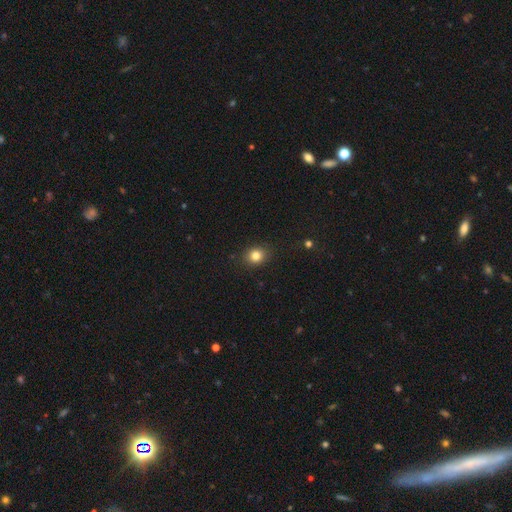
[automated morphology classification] A smooth galaxy with no disk features (82%) that is round (63%).

Vote fractions:
- Smooth or featured? smooth: 82% / star or artifact: 12% / featured or disk: 6%
- How rounded? round: 63% / in between: 36% / cigar-shaped: 1%
- Merging? none: 87% / minor disturbance: 9% / major disturbance: 3% / merger: 1%